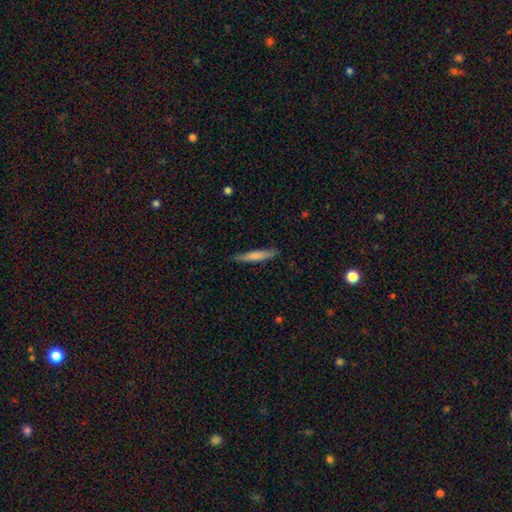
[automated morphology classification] Smooth or featured: smooth — 69% (featured or disk — 25%)
How rounded: cigar-shaped — 93% (in between — 6%)
Merging: none — 85% (minor disturbance — 12%)